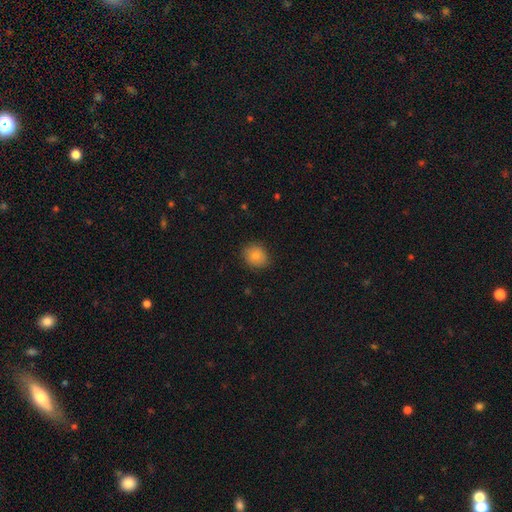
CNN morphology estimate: This is clearly a smooth galaxy (82%). How rounded: likely round (64%). Merging: clearly none (86%).